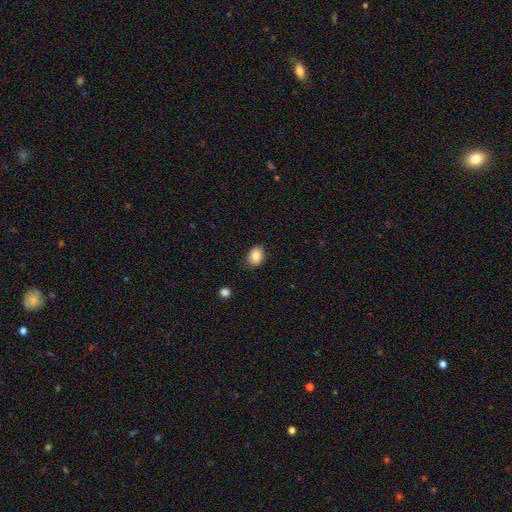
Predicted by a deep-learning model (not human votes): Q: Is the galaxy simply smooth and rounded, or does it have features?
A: smooth — 84%.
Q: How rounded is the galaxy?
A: in between — 66%.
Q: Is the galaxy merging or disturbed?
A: none — 83%.